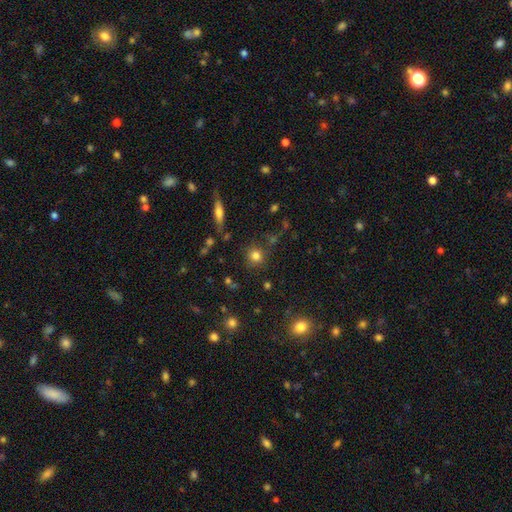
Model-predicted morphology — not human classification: Smooth or featured? Predicted: smooth (p=0.79). How rounded? Predicted: round (p=0.90). Merging? Predicted: none (p=0.83).